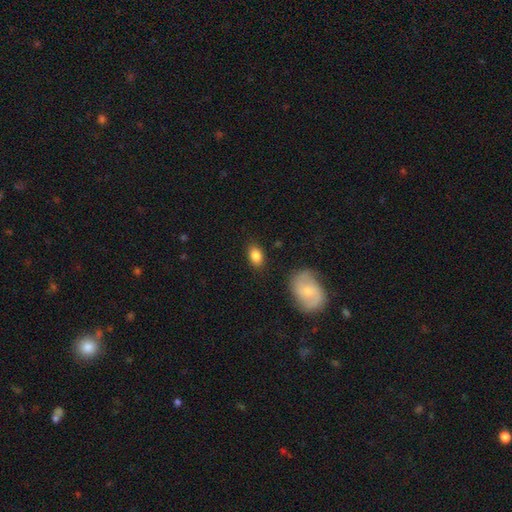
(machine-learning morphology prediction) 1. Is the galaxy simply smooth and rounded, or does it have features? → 84% smooth, 8% featured or disk, 8% star or artifact.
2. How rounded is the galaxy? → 83% in between, 15% round, 2% cigar-shaped.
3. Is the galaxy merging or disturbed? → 84% none, 11% minor disturbance, 3% major disturbance, 2% merger.